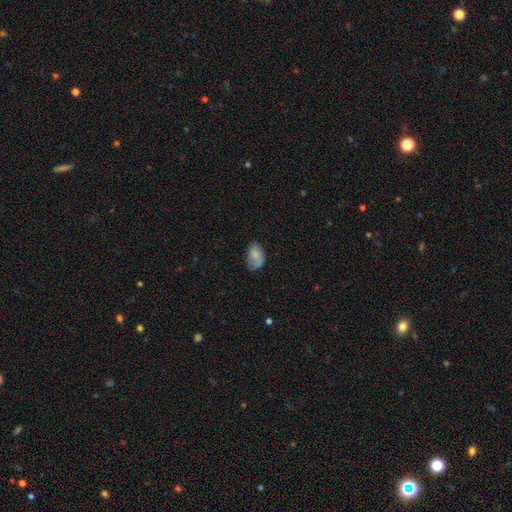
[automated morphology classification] Overall: smooth (76%). How rounded: in between (88%). Merging: none (54%; minor disturbance 33%).